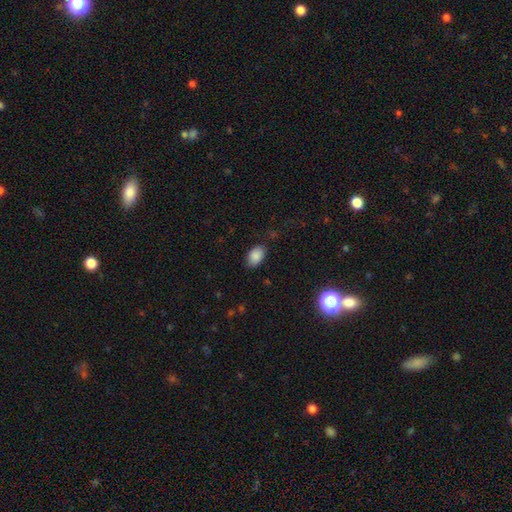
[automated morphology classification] This is clearly a smooth galaxy (87%). How rounded: clearly in between (89%). Merging: clearly none (82%).